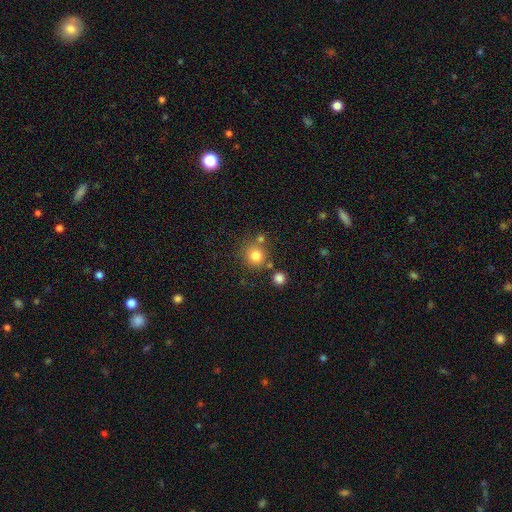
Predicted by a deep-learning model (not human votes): Smooth or featured: smooth — 79% (star or artifact — 13%)
How rounded: round — 91% (in between — 8%)
Merging: none — 72% (merger — 13%)